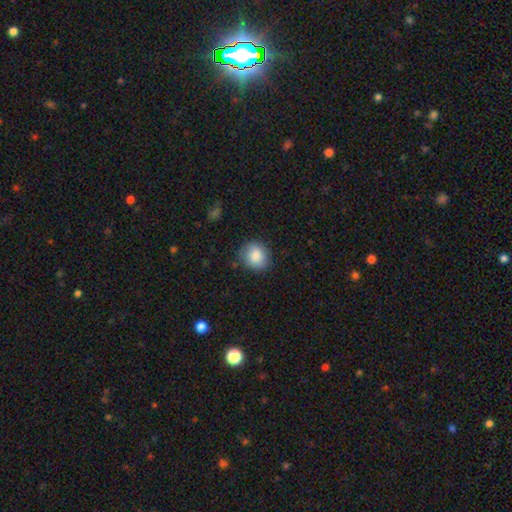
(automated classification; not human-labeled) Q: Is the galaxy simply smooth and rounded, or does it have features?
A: smooth — 86%.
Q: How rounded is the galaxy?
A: round — 78%.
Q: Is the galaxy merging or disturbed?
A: none — 82%.